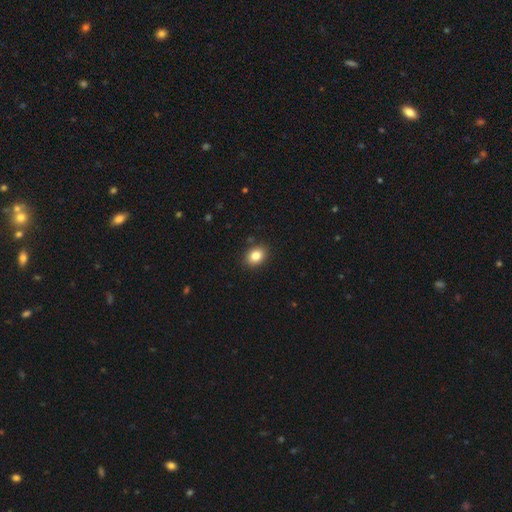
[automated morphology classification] Smooth or featured?
  - smooth: 84% *
  - star or artifact: 10%
  - featured or disk: 7%
How rounded?
  - in between: 58% *
  - round: 41%
  - cigar-shaped: 1%
Merging?
  - none: 89% *
  - minor disturbance: 8%
  - major disturbance: 2%
  - merger: 1%